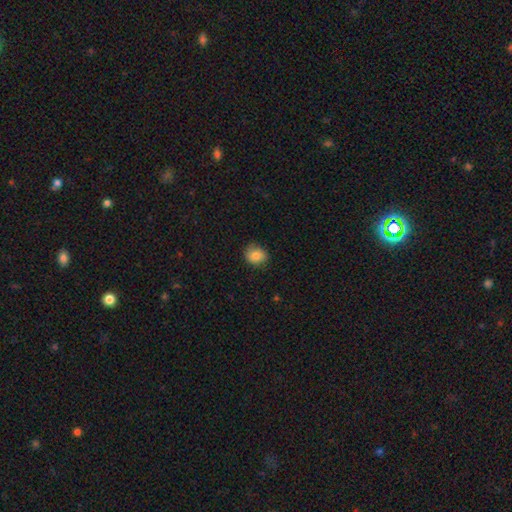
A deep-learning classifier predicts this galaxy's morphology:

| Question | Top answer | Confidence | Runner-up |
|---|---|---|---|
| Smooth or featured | smooth | 83% | star or artifact (9%) |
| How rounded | round | 72% | in between (27%) |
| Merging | none | 81% | minor disturbance (15%) |